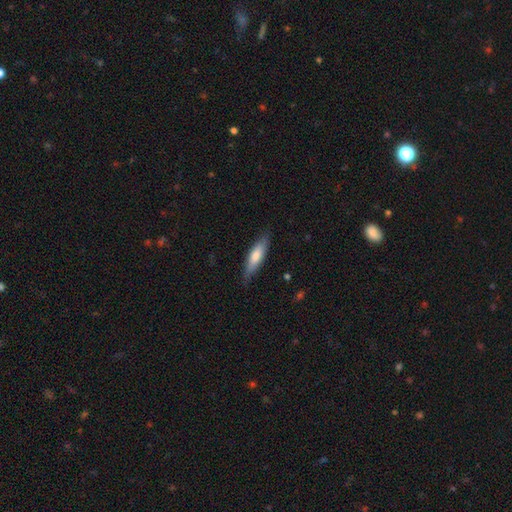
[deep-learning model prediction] Q: Smooth or featured?
A: smooth (69%); runner-up: featured or disk (25%)
Q: How rounded?
A: cigar-shaped (69%); runner-up: in between (29%)
Q: Merging?
A: none (82%); runner-up: minor disturbance (15%)